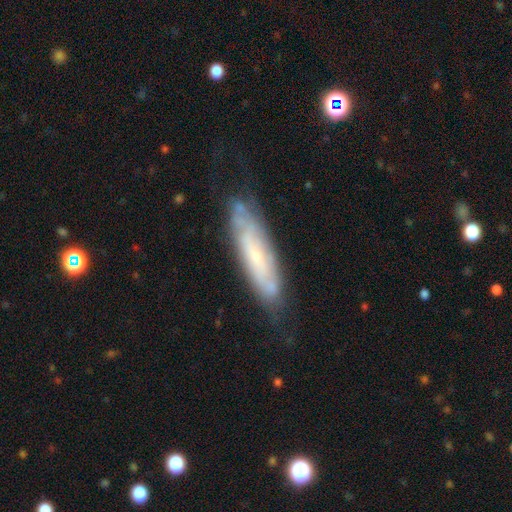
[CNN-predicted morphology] This is possibly a featured or disk galaxy (57%). It is likely not viewed edge-on (62%). Merging: likely none (68%).